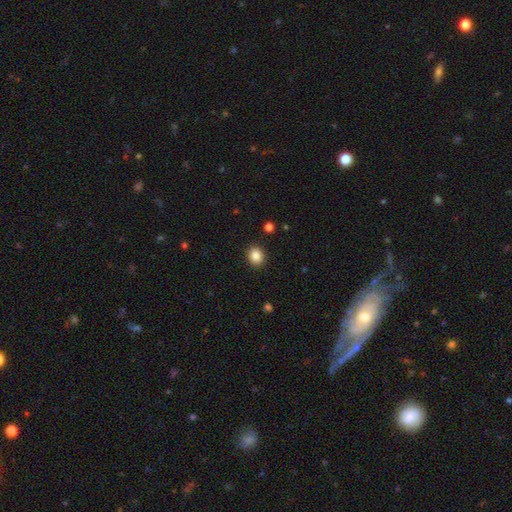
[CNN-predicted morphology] smooth_or_featured: smooth (p=0.86) [alt: star or artifact p=0.10]
how_rounded: round (p=0.67) [alt: in between p=0.32]
merging: none (p=0.91) [alt: minor disturbance p=0.06]